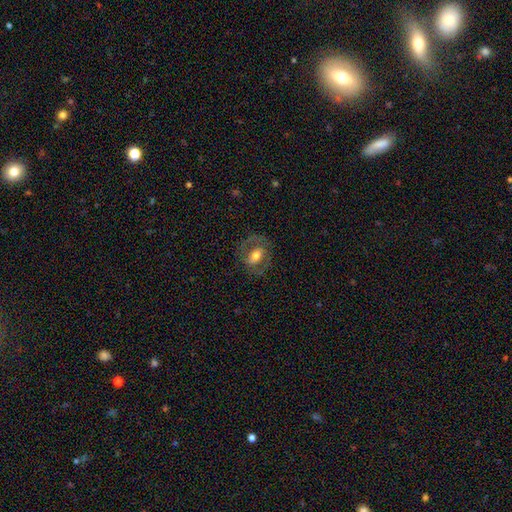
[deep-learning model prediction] Smooth or featured: featured or disk — 51% (smooth — 41%)
Edge-on disk: no — 93% (yes — 7%)
Merging: none — 71% (minor disturbance — 16%)